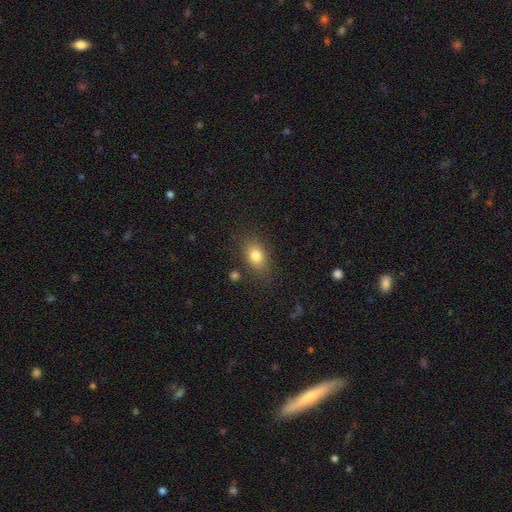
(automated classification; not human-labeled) smooth_or_featured: smooth (p=0.81) [alt: star or artifact p=0.10]
how_rounded: in between (p=0.76) [alt: round p=0.22]
merging: none (p=0.80) [alt: minor disturbance p=0.13]